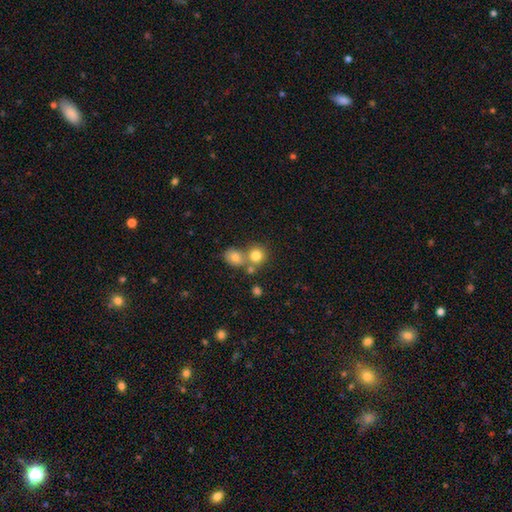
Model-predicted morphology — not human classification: smooth-or-featured: smooth: 79% | star or artifact: 12% | featured or disk: 9%
  how-rounded: round: 84% | in between: 15% | cigar-shaped: 1%
  merging: none: 49% | merger: 40% | minor disturbance: 7% | major disturbance: 3%